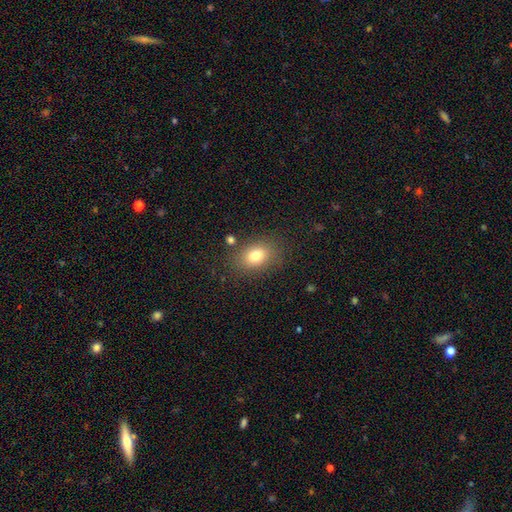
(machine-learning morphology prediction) smooth_or_featured: smooth (p=0.78) [alt: star or artifact p=0.11]
how_rounded: in between (p=0.69) [alt: round p=0.29]
merging: none (p=0.80) [alt: minor disturbance p=0.12]